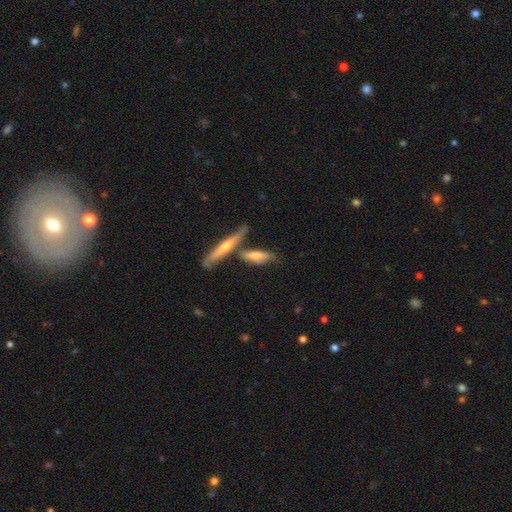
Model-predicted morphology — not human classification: Q: Smooth or featured?
A: smooth (52%); runner-up: featured or disk (41%)
Q: How rounded?
A: cigar-shaped (67%); runner-up: in between (30%)
Q: Merging?
A: none (47%); runner-up: merger (31%)